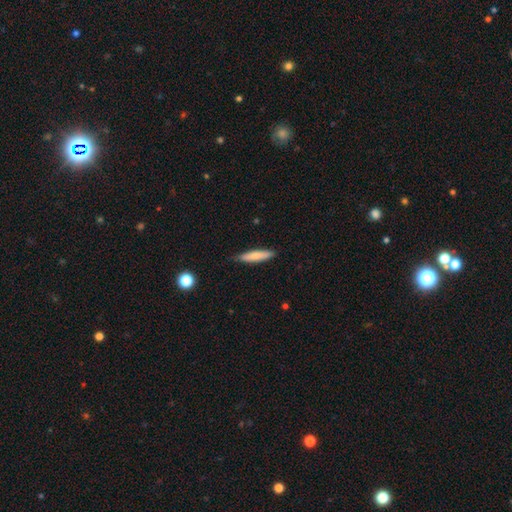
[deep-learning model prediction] Smooth or featured? smooth (75%)
How rounded? cigar-shaped (82%)
Merging? none (82%)